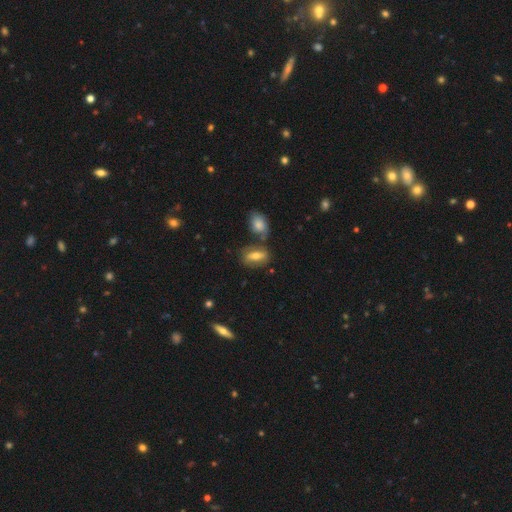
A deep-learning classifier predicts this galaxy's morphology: Smooth or featured? Predicted: smooth (p=0.61). How rounded? Predicted: in between (p=0.77). Merging? Predicted: none (p=0.64).